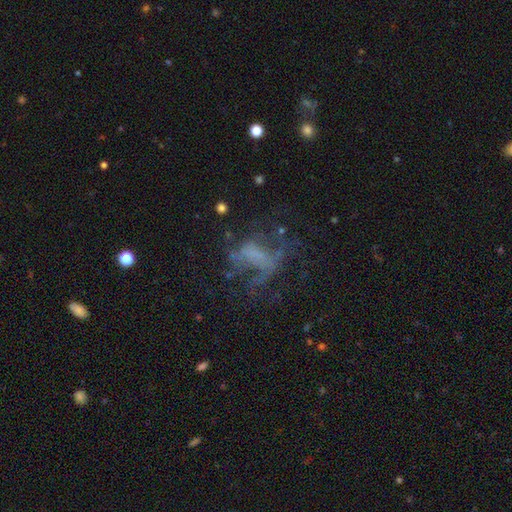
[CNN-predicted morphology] type=featured or disk (52%); edge-on=no (96%); bar=no (70%); spiral arms=no (69%); bulge=none (68%); merging=major disturbance (42%).